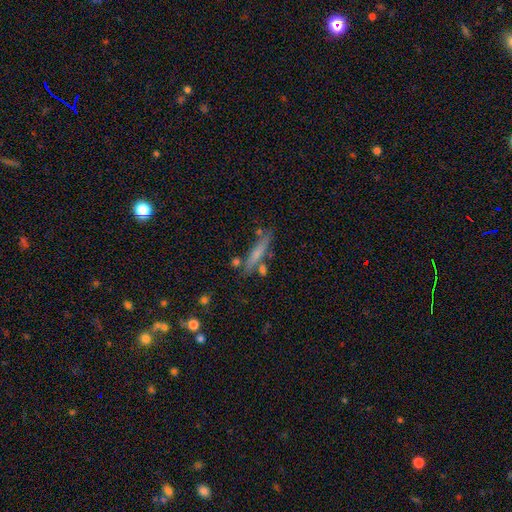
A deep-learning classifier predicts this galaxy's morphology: This appears to be a smooth galaxy with no disk features (55%) that is cigar-shaped (88%). Merging: none (70%).